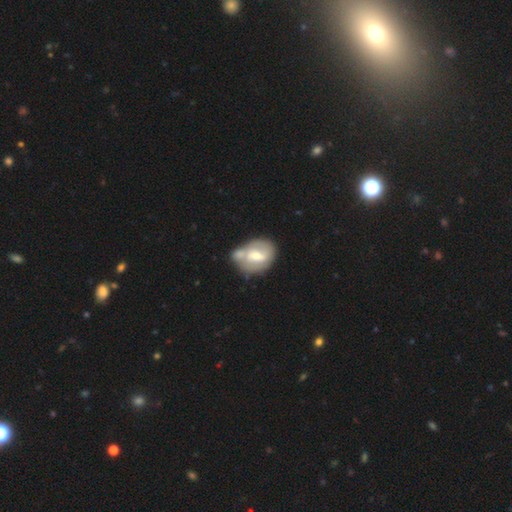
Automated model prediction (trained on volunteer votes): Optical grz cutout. It shows a featured or disk galaxy (53%) with a weak bar (49%), no spiral arms (57%) and a moderate central bulge (61%). Merging: merger (44%).